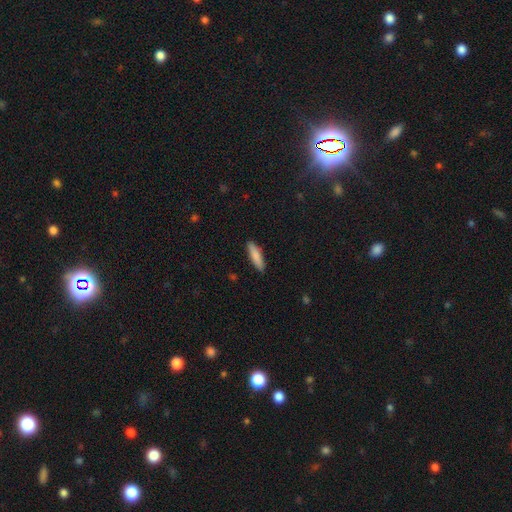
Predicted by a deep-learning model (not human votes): smooth_or_featured: smooth (p=0.84) [alt: featured or disk p=0.10]
how_rounded: cigar-shaped (p=0.72) [alt: in between p=0.27]
merging: none (p=0.89) [alt: minor disturbance p=0.08]